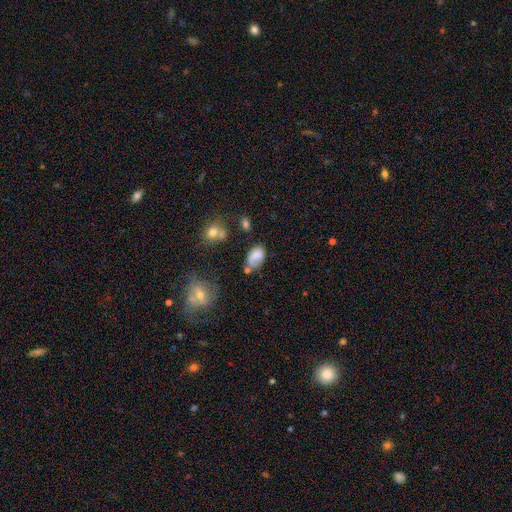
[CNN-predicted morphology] Smooth or featured?
  - smooth: 70% *
  - featured or disk: 19%
  - star or artifact: 11%
How rounded?
  - in between: 88% *
  - round: 11%
  - cigar-shaped: 2%
Merging?
  - none: 47% *
  - minor disturbance: 29%
  - major disturbance: 14%
  - merger: 10%